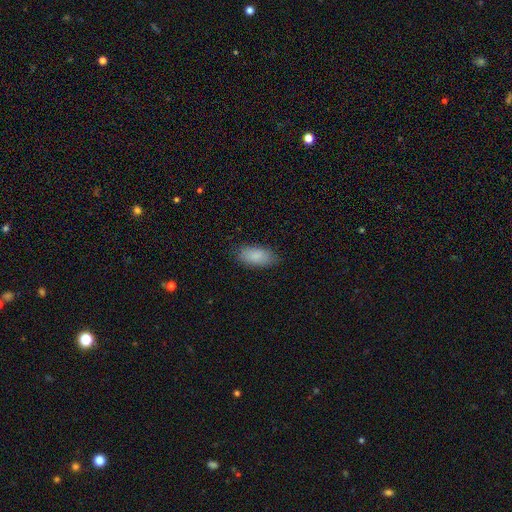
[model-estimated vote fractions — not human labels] smooth-or-featured: smooth: 88% | star or artifact: 7% | featured or disk: 6%
  how-rounded: in between: 90% | cigar-shaped: 7% | round: 2%
  merging: none: 84% | minor disturbance: 12% | major disturbance: 3% | merger: 1%